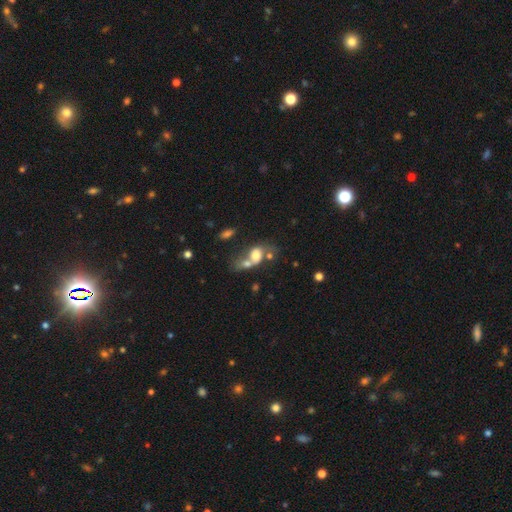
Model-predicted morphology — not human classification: type=smooth (62%); roundness=in between (66%); merging=merger (62%).